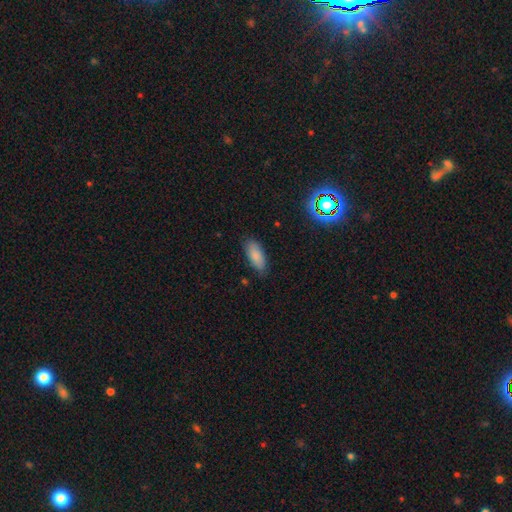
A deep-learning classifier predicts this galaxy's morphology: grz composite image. It shows a smooth galaxy with no disk features (84%) that is in between round and cigar-shaped (84%). Merging: none (82%).